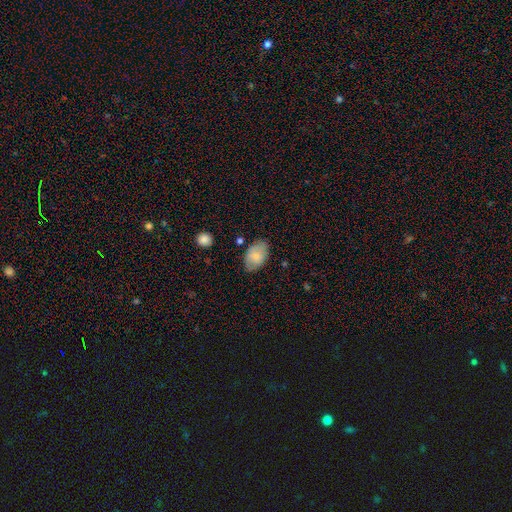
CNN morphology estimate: smooth_or_featured: smooth (p=0.77) [alt: featured or disk p=0.16]
how_rounded: in between (p=0.91) [alt: round p=0.07]
merging: none (p=0.75) [alt: minor disturbance p=0.19]